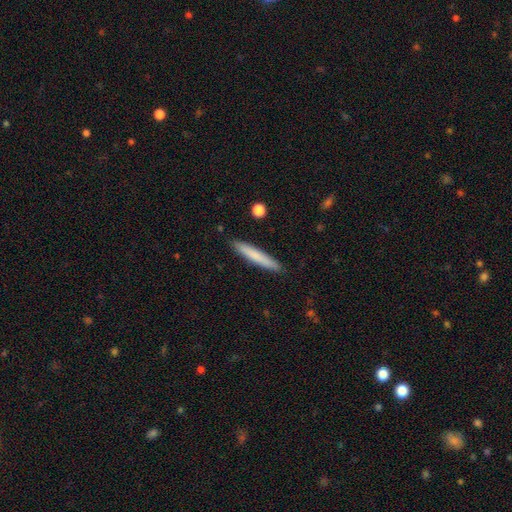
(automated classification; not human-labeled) A smooth galaxy with no disk features (75%) that is cigar-shaped (95%).

Vote fractions:
- Smooth or featured? smooth: 75% / featured or disk: 19% / star or artifact: 6%
- How rounded? cigar-shaped: 95% / in between: 4% / round: 1%
- Merging? none: 91% / minor disturbance: 7% / major disturbance: 1% / merger: 1%